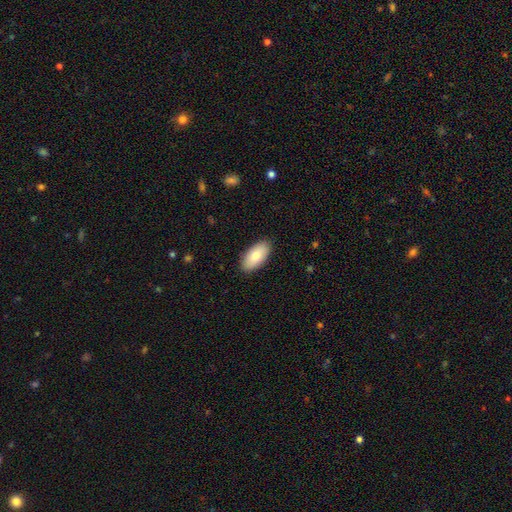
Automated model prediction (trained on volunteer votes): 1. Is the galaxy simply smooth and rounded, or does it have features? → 81% smooth, 13% featured or disk, 6% star or artifact.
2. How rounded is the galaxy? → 94% in between, 4% cigar-shaped, 2% round.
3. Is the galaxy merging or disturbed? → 89% none, 8% minor disturbance, 2% major disturbance, 1% merger.